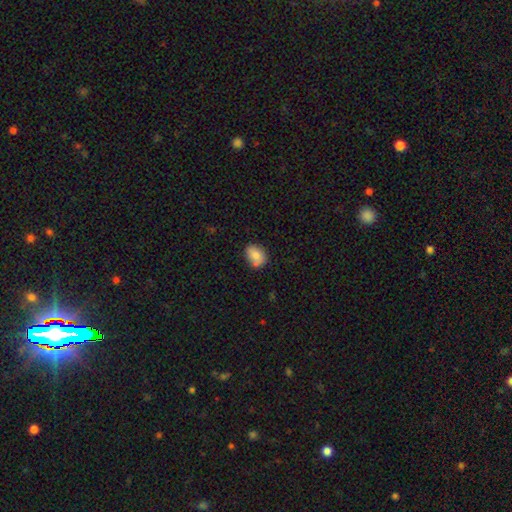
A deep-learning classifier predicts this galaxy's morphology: A smooth galaxy with no disk features (79%) that is in between round and cigar-shaped (67%).

Vote fractions:
- Smooth or featured? smooth: 79% / featured or disk: 12% / star or artifact: 8%
- How rounded? in between: 67% / round: 32% / cigar-shaped: 1%
- Merging? none: 67% / minor disturbance: 19% / merger: 10% / major disturbance: 4%